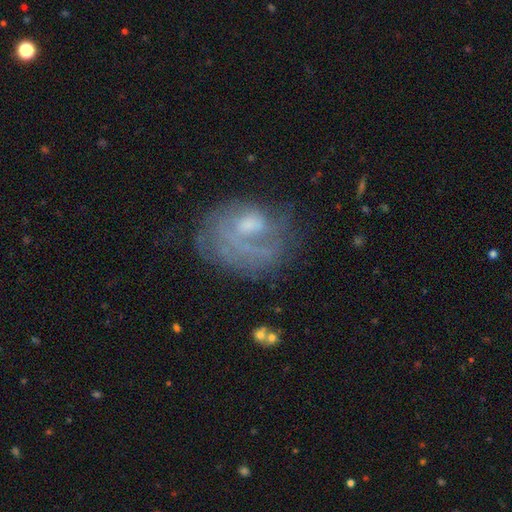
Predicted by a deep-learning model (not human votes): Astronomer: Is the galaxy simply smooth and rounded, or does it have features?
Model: featured or disk — 63%.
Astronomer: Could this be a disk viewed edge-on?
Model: no — 97%.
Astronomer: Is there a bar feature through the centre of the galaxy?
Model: no — 66%.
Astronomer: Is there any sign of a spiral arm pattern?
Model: yes — 66%.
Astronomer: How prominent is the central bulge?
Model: moderate — 40% (runner-up: small, 28%).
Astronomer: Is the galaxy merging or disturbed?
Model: none — 53%.